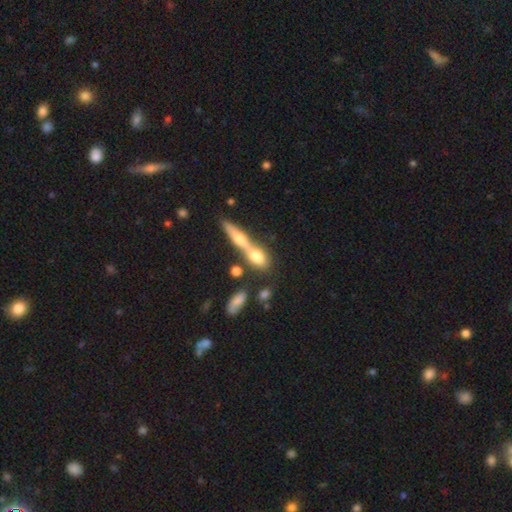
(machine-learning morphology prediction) The model was most divided on "how rounded": in between: 52%, cigar-shaped: 35%, round: 13%. More confident: smooth or featured — smooth (58%); merging — merger (53%).